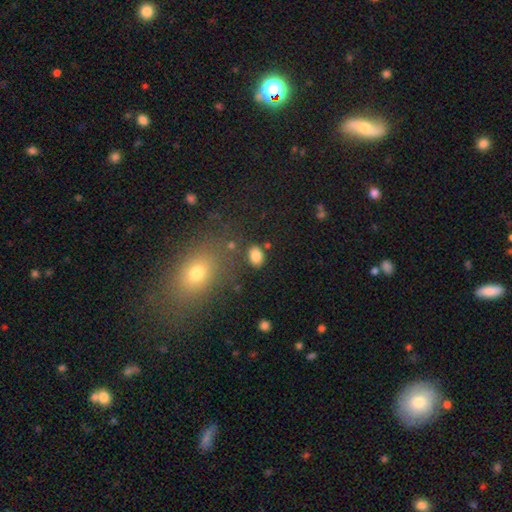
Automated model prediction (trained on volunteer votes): Smooth or featured: smooth — 84% (star or artifact — 11%)
How rounded: in between — 80% (round — 19%)
Merging: none — 81% (minor disturbance — 11%)